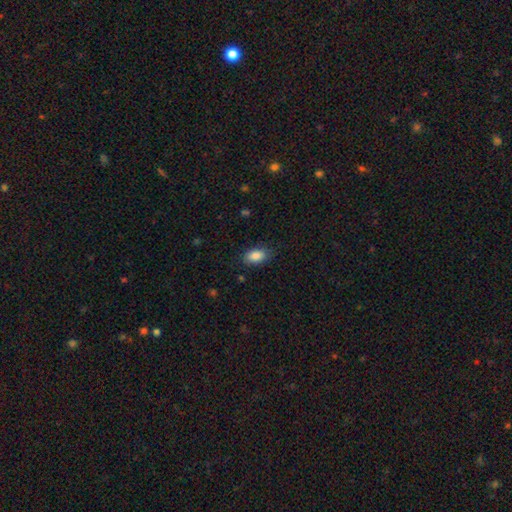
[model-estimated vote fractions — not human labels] Smooth or featured: smooth — 88% (star or artifact — 7%)
How rounded: in between — 92% (round — 6%)
Merging: none — 82% (minor disturbance — 13%)